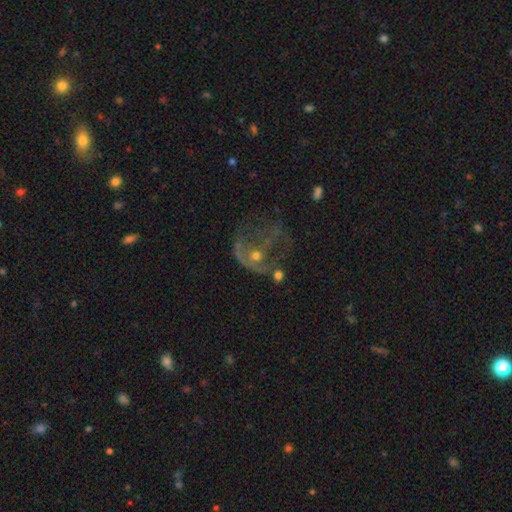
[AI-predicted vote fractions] This is likely a featured or disk galaxy (63%). It is clearly not viewed edge-on (97%). Bar: clearly no (81%). Spiral arm pattern: possibly no (58%). Central bulge: possibly small (48%). Merging: possibly major disturbance (49%).